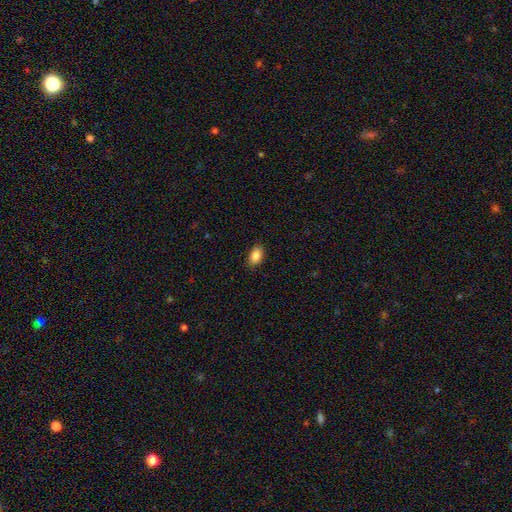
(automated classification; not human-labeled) smooth_or_featured: smooth (p=0.87) [alt: star or artifact p=0.08]
how_rounded: in between (p=0.90) [alt: round p=0.08]
merging: none (p=0.88) [alt: minor disturbance p=0.09]